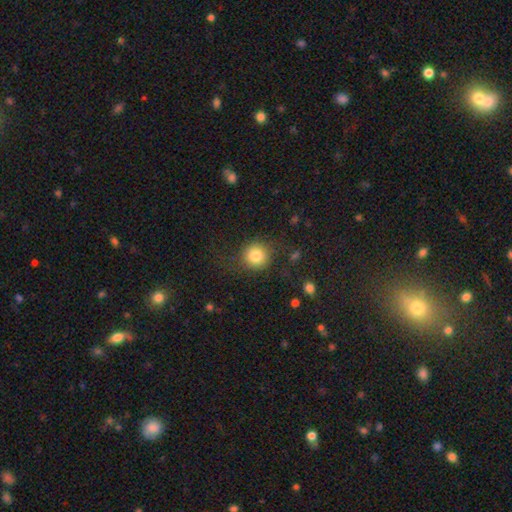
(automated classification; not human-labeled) Morphology: type=smooth (82%); roundness=round (91%); merging=none (79%).